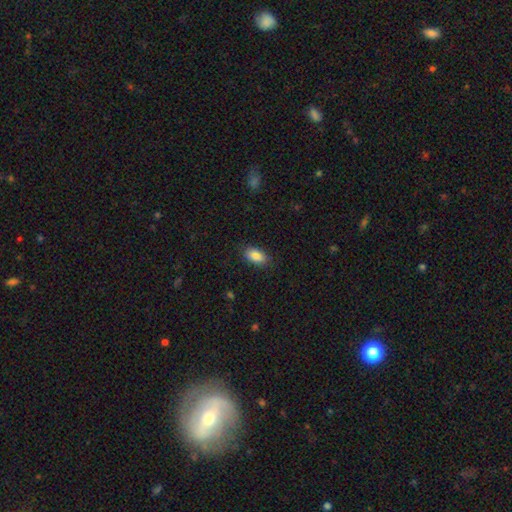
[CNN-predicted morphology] Smooth or featured?
  - smooth: 88% *
  - star or artifact: 7%
  - featured or disk: 5%
How rounded?
  - in between: 93% *
  - round: 5%
  - cigar-shaped: 2%
Merging?
  - none: 85% *
  - minor disturbance: 11%
  - major disturbance: 3%
  - merger: 1%